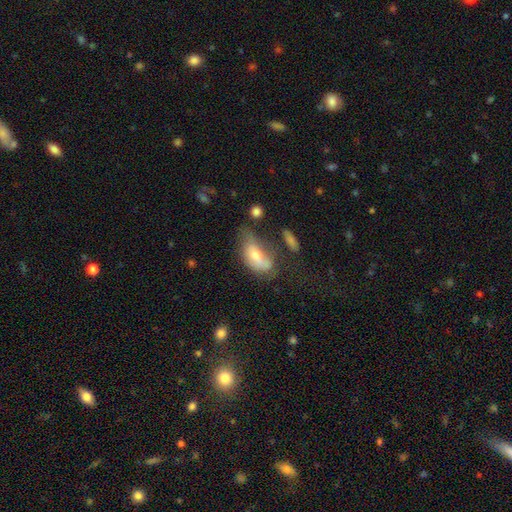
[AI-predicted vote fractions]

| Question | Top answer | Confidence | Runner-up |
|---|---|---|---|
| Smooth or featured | smooth | 58% | featured or disk (32%) |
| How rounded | in between | 87% | cigar-shaped (7%) |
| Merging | major disturbance | 32% | minor disturbance (30%) |